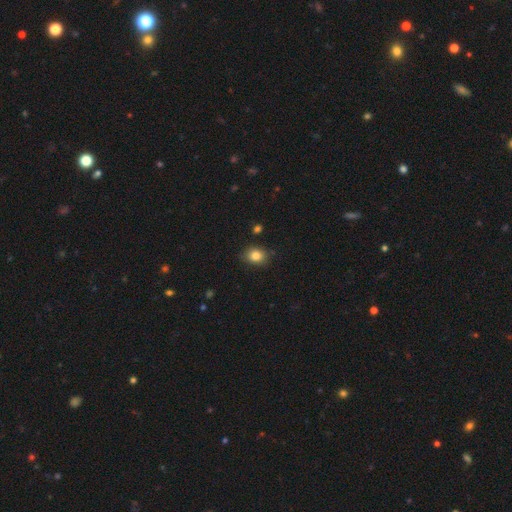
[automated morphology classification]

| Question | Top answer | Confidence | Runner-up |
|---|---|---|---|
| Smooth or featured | smooth | 84% | star or artifact (10%) |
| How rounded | in between | 56% | round (43%) |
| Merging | none | 82% | minor disturbance (14%) |